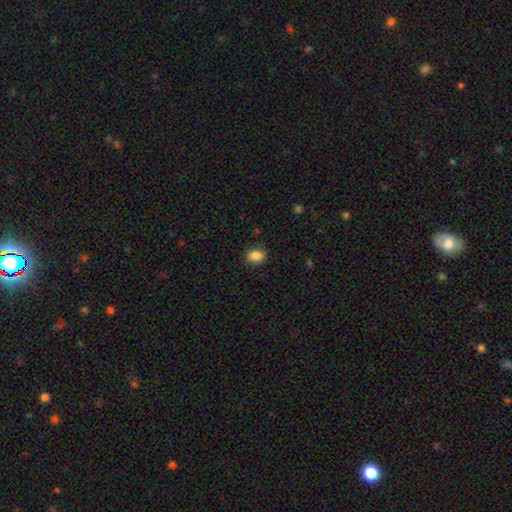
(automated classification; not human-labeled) The model was most divided on "how rounded": in between: 69%, round: 29%, cigar-shaped: 1%. More confident: smooth or featured — smooth (86%); merging — none (82%).